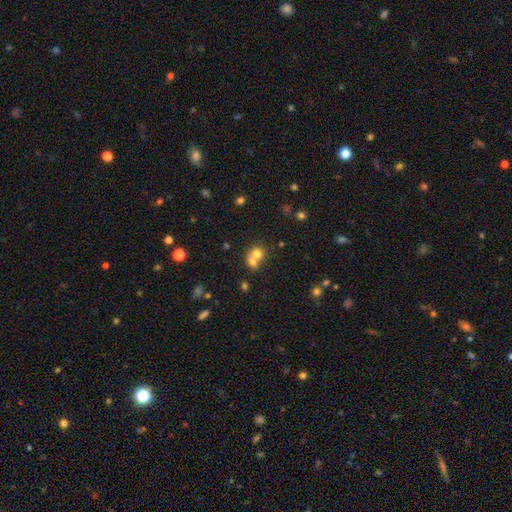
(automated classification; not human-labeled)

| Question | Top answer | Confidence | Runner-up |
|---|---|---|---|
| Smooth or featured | smooth | 70% | featured or disk (17%) |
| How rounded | round | 75% | in between (24%) |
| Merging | merger | 62% | none (29%) |